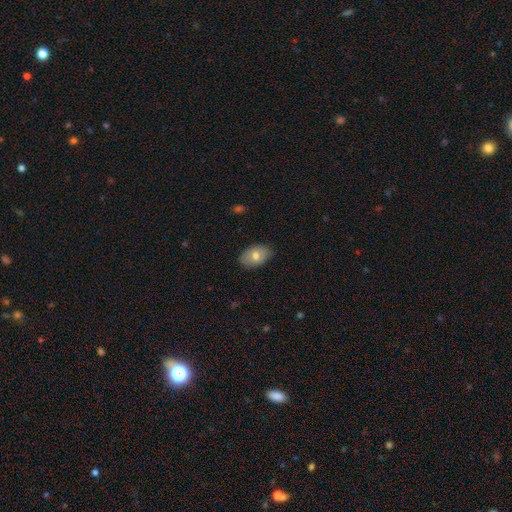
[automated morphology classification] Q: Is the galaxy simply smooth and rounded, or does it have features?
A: smooth — 71%.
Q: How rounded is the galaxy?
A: in between — 88%.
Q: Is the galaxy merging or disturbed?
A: none — 82%.